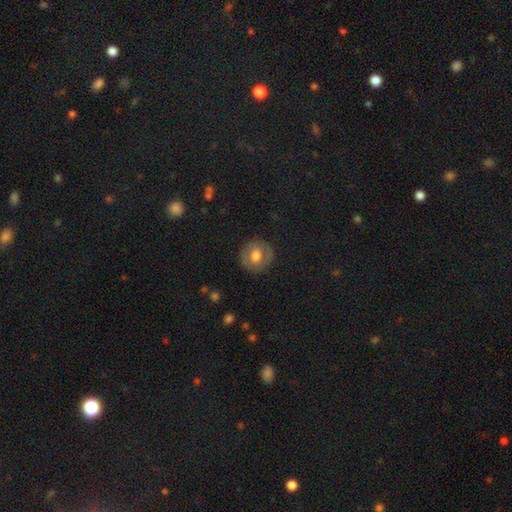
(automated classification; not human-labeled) Overall: smooth (57%; featured or disk 36%). How rounded: round (86%). Merging: none (84%).